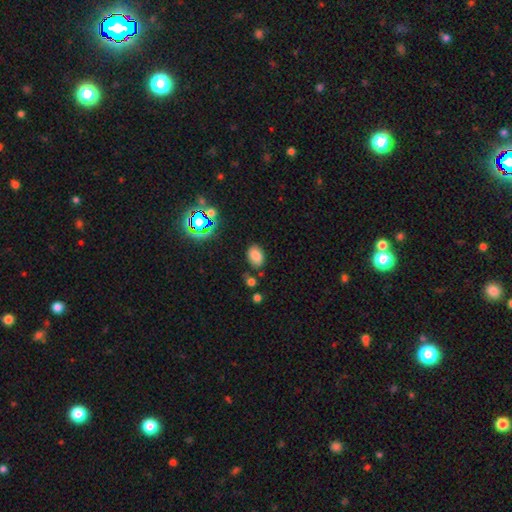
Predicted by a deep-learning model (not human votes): The model was most divided on "smooth or featured": smooth: 77%, star or artifact: 15%, featured or disk: 8%. More confident: how rounded — in between (81%); merging — none (77%).